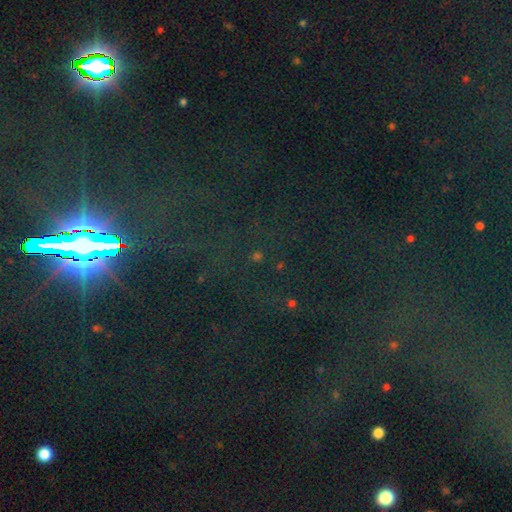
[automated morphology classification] The model was most divided on "smooth or featured": star or artifact: 82%, smooth: 10%, featured or disk: 8%.